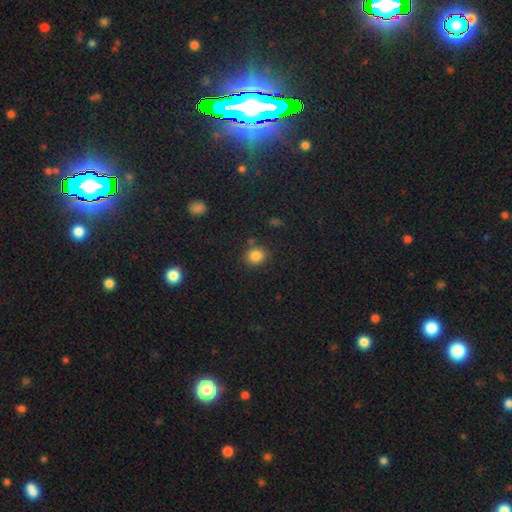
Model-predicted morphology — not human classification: Smooth or featured? smooth (83%)
How rounded? round (82%)
Merging? none (81%)